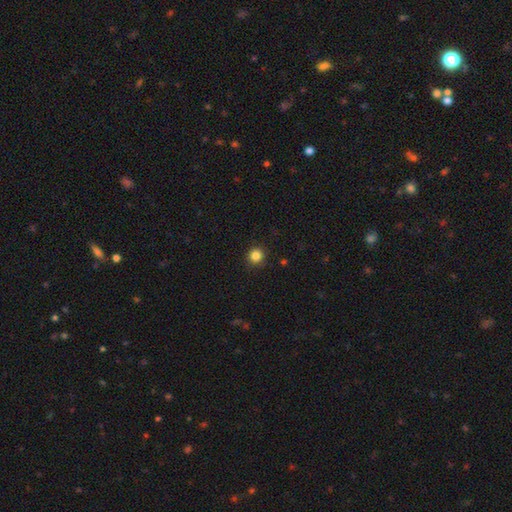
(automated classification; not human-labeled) Morphology: type=smooth (84%); roundness=round (94%); merging=none (92%).